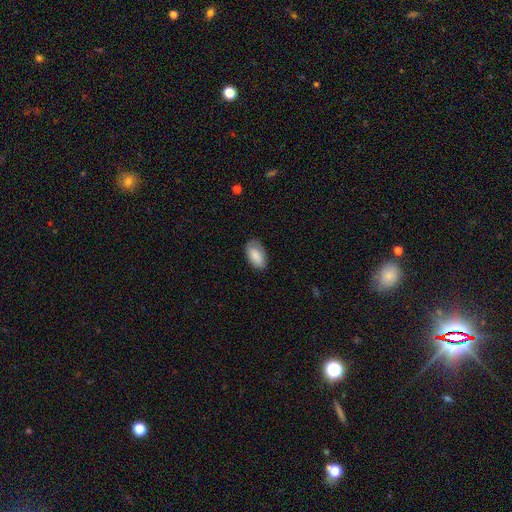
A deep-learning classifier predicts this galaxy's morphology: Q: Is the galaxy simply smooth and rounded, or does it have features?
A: smooth — 85%.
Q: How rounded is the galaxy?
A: in between — 94%.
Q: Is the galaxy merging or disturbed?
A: none — 73%.